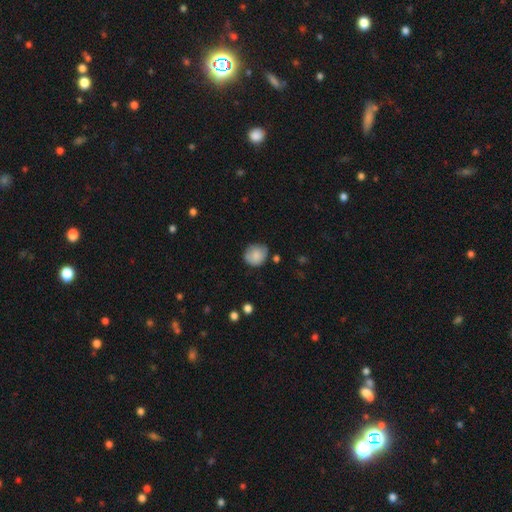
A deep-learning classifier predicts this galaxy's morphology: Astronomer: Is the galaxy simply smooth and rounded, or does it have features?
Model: smooth — 79%.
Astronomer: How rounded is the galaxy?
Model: round — 76%.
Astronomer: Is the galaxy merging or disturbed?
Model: none — 66%.